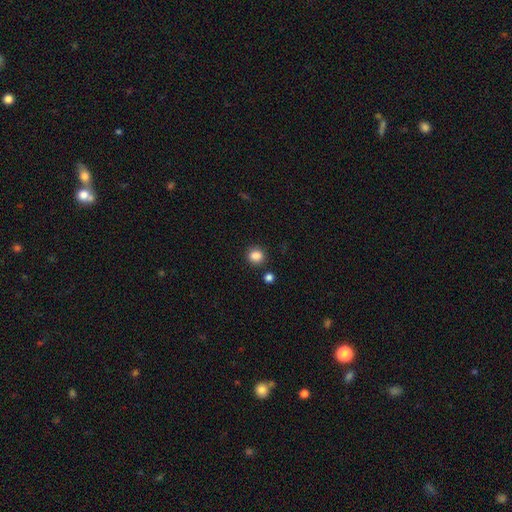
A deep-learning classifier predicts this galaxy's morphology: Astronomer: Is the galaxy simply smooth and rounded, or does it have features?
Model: smooth — 86%.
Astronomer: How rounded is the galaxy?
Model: round — 80%.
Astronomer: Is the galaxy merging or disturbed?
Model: none — 85%.